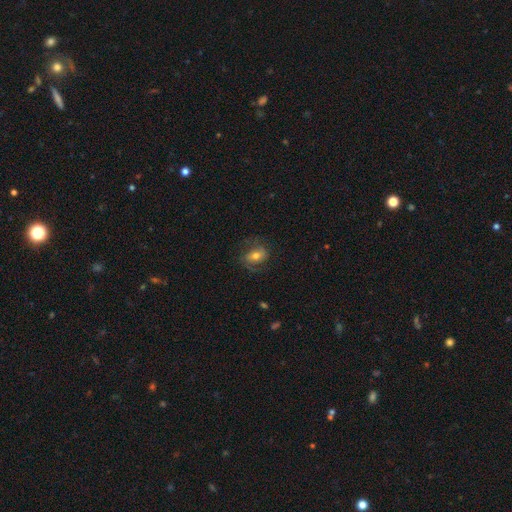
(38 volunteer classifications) This is possibly a featured or disk galaxy (50%). It is clearly not viewed edge-on (95%). Bar: likely no (61%). Spiral arm pattern: likely yes (67%). Spiral arm count: marginally 2 (42%). Spiral winding: possibly medium (50%). Central bulge: likely moderate (72%). Merging: likely none (60%).